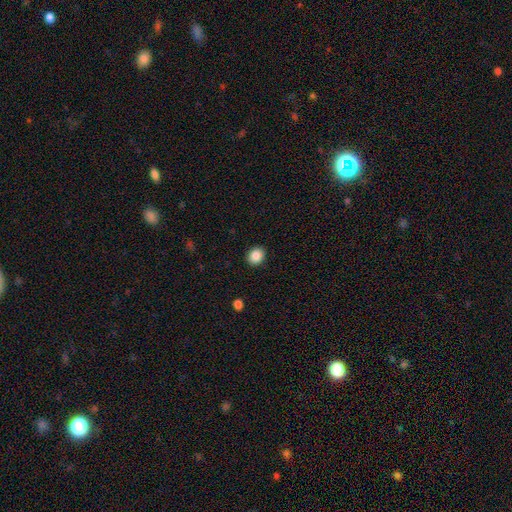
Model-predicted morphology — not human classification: A smooth galaxy with no disk features (87%) that is round (63%). Merging: none (91%).